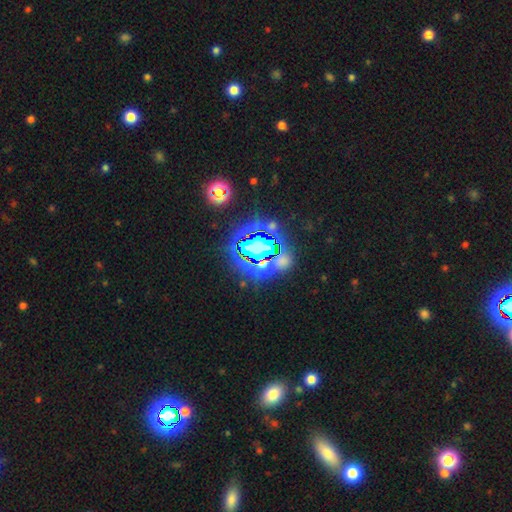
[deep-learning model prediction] This appears to be a star or artifact, not a galaxy (77%).